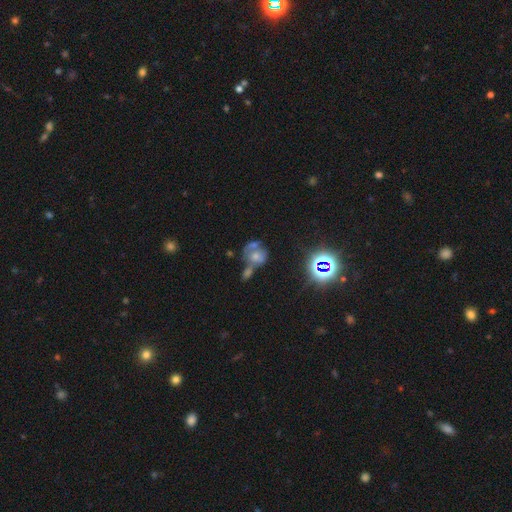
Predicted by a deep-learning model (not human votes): smooth-or-featured: smooth: 44% | featured or disk: 31% | star or artifact: 25%
  merging: merger: 48% | none: 26% | minor disturbance: 13% | major disturbance: 13%